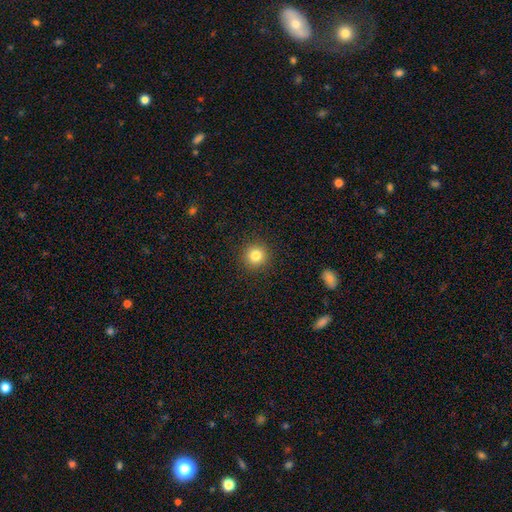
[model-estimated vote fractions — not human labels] Smooth or featured: smooth — 83% (star or artifact — 11%)
How rounded: round — 94% (in between — 5%)
Merging: none — 91% (minor disturbance — 6%)